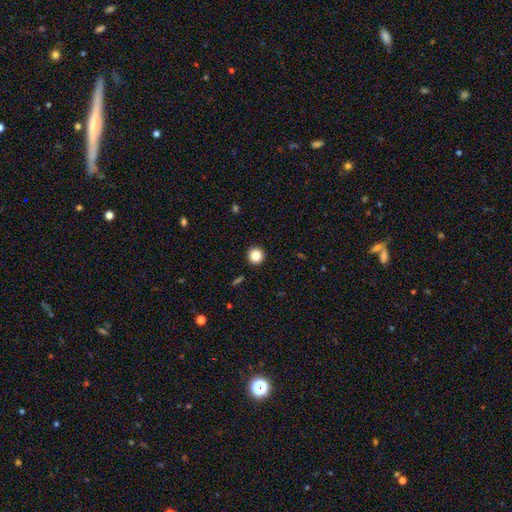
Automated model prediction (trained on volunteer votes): A smooth galaxy with no disk features (85%) that is round (95%).

Vote fractions:
- Smooth or featured? smooth: 85% / star or artifact: 10% / featured or disk: 5%
- How rounded? round: 95% / in between: 4% / cigar-shaped: 1%
- Merging? none: 93% / minor disturbance: 4% / major disturbance: 2% / merger: 1%